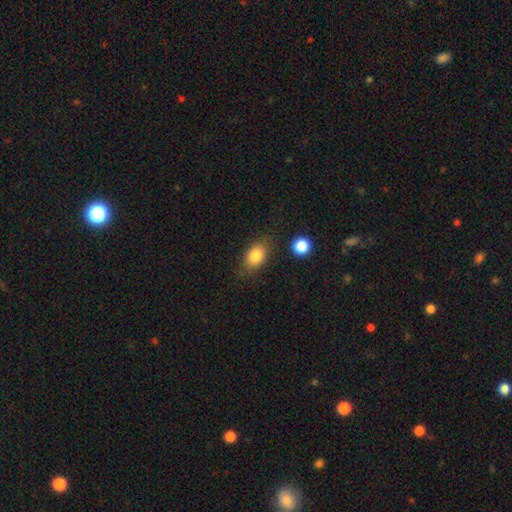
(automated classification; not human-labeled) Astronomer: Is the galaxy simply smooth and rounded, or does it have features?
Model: smooth — 82%.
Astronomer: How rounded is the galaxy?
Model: in between — 78%.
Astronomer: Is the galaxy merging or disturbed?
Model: none — 74%.